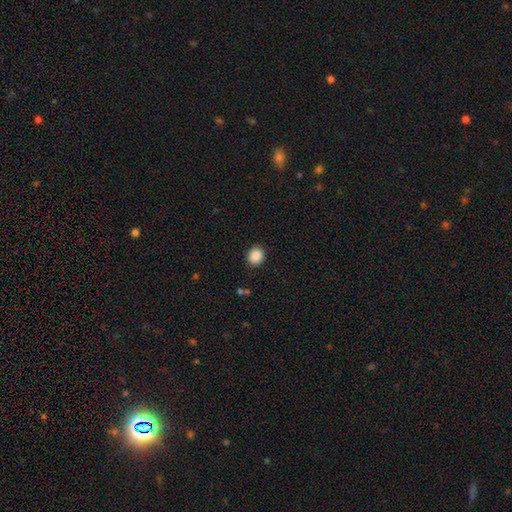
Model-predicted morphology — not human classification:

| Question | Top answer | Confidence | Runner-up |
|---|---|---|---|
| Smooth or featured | smooth | 88% | star or artifact (9%) |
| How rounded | round | 75% | in between (24%) |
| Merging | none | 89% | minor disturbance (8%) |